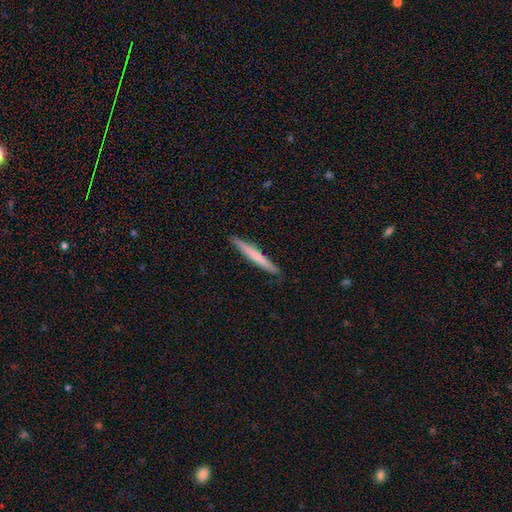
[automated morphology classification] Overall: smooth (61%; featured or disk 34%). How rounded: cigar-shaped (97%). Merging: none (91%).